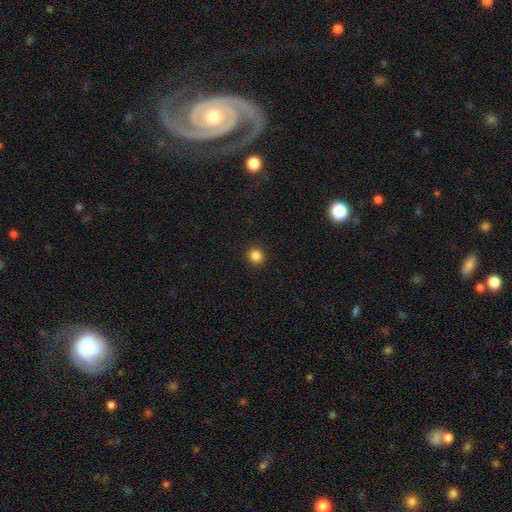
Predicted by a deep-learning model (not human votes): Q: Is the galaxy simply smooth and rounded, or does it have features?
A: smooth — 85%.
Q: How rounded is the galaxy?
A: round — 90%.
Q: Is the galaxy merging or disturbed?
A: none — 92%.